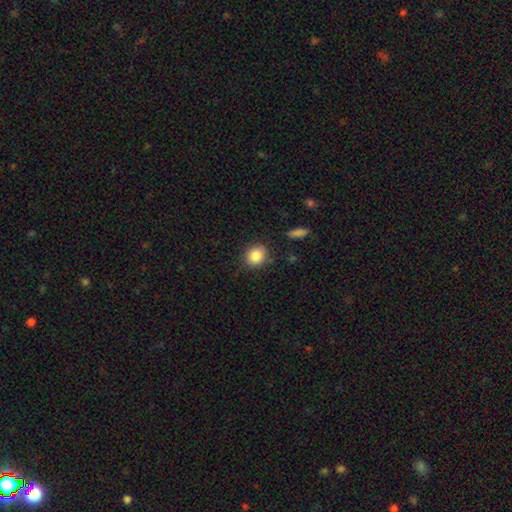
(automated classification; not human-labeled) Smooth or featured?
  - smooth: 86% *
  - star or artifact: 9%
  - featured or disk: 6%
How rounded?
  - round: 68% *
  - in between: 31%
  - cigar-shaped: 1%
Merging?
  - none: 83% *
  - minor disturbance: 12%
  - major disturbance: 3%
  - merger: 2%